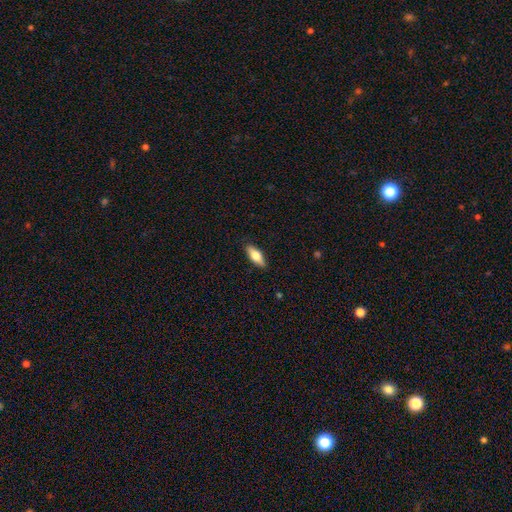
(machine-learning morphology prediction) type=smooth (68%); roundness=in between (71%); merging=none (89%).